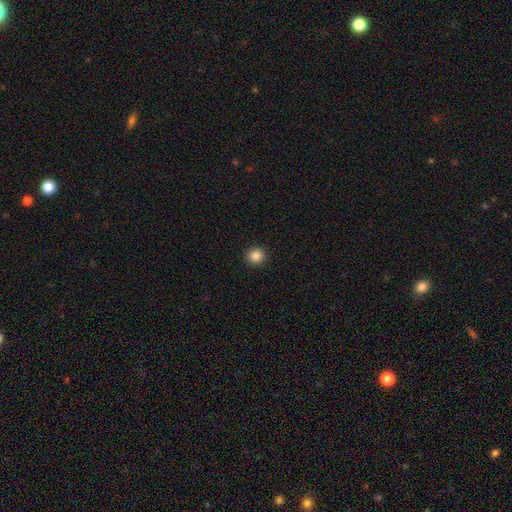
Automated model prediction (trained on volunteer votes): Smooth or featured?
  - smooth: 86% *
  - star or artifact: 10%
  - featured or disk: 3%
How rounded?
  - round: 93% *
  - in between: 6%
  - cigar-shaped: 1%
Merging?
  - none: 93% *
  - minor disturbance: 5%
  - major disturbance: 2%
  - merger: 1%